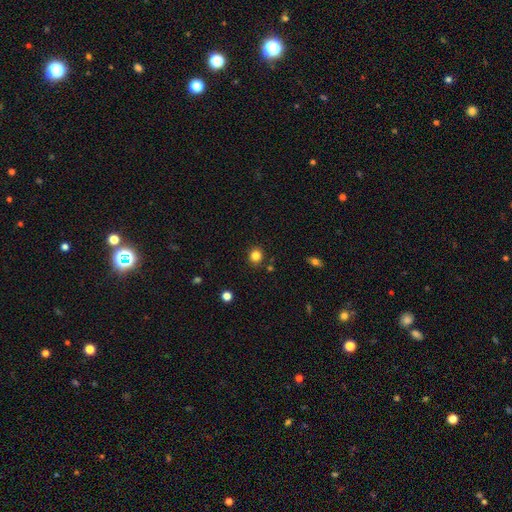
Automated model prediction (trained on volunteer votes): Smooth or featured: smooth — 83% (star or artifact — 12%)
How rounded: round — 85% (in between — 14%)
Merging: none — 88% (minor disturbance — 7%)